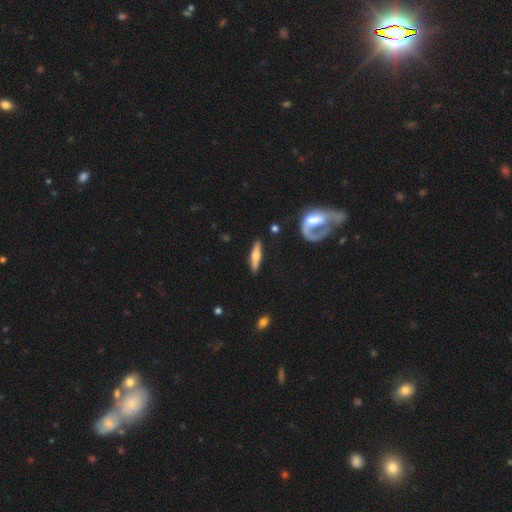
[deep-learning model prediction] A featured or disk galaxy (59%) viewed edge-on (91%) with a rounded central bulge (90%). Merging: none (86%).